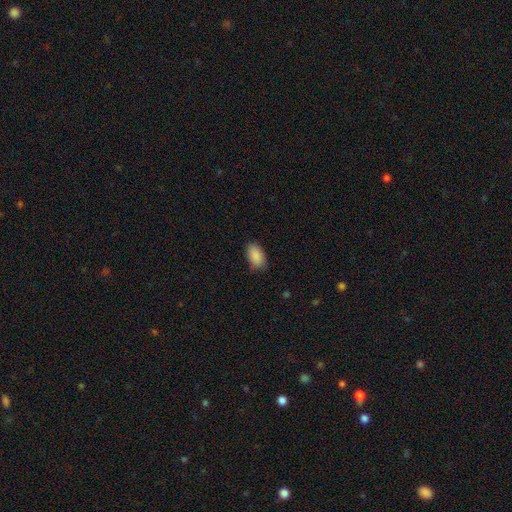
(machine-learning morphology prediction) type=smooth (89%); roundness=in between (93%); merging=none (78%).